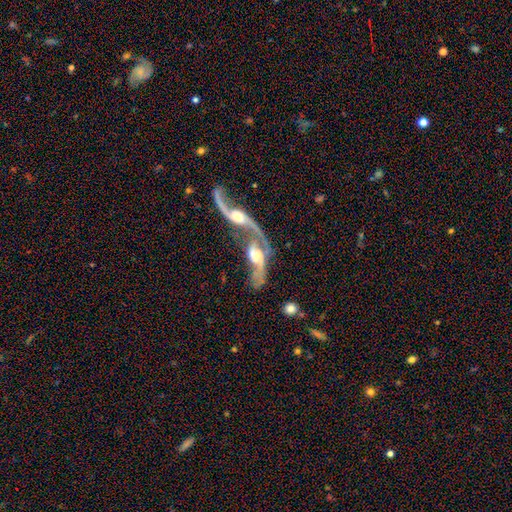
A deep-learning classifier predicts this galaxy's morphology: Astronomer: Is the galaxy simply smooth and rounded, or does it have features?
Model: featured or disk — 80%.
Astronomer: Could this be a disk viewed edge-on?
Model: no — 85%.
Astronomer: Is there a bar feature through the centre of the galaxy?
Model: no — 49% (runner-up: weak, 36%).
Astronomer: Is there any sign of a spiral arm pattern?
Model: yes — 83%.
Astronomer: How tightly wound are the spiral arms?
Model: loose — 71%.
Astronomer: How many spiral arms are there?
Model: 2 — 74%.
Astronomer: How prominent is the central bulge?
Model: moderate — 51%.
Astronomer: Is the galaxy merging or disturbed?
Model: merger — 73%.